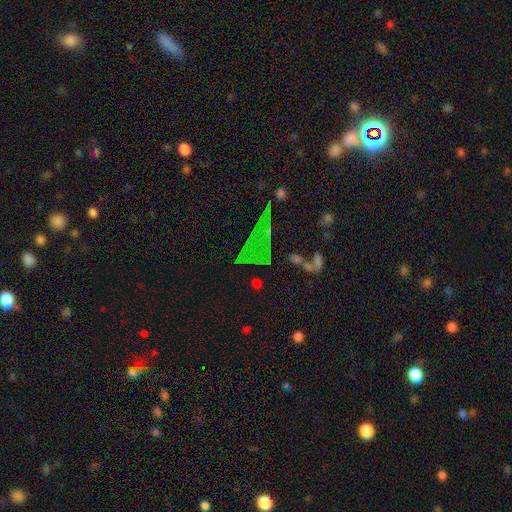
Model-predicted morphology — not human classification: Q: Smooth or featured?
A: star or artifact (62%); runner-up: smooth (20%)